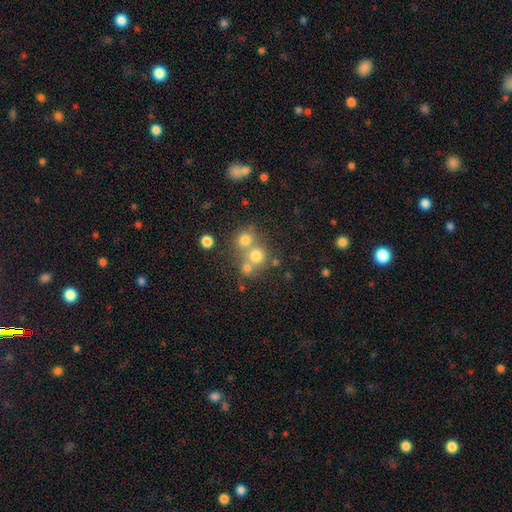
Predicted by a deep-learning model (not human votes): Smooth or featured? Predicted: smooth (p=0.70). How rounded? Predicted: round (p=0.86). Merging? Predicted: none (p=0.47).